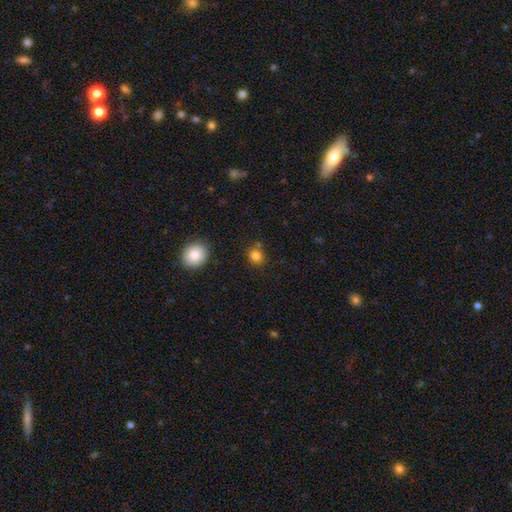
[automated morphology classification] Smooth or featured? smooth (82%)
How rounded? round (80%)
Merging? none (77%)